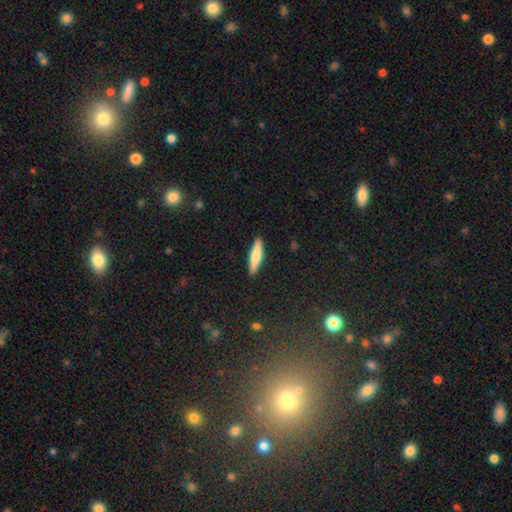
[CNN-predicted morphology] Smooth or featured: smooth — 76% (featured or disk — 18%)
How rounded: cigar-shaped — 82% (in between — 17%)
Merging: none — 90% (minor disturbance — 7%)